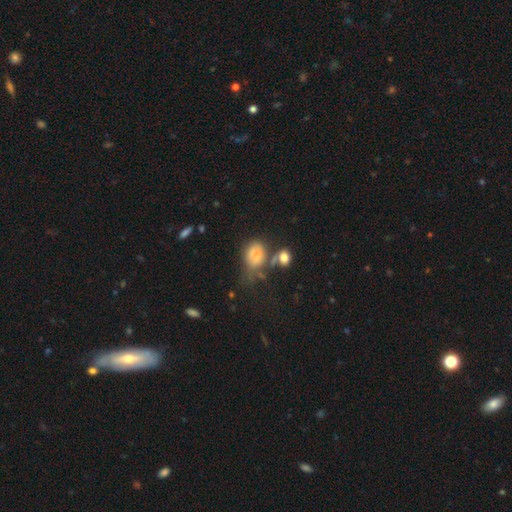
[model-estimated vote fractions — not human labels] The model was most divided on "merging": none: 28%, minor disturbance: 27%, major disturbance: 23%, merger: 22%. More confident: how rounded — in between (72%); smooth or featured — smooth (68%).